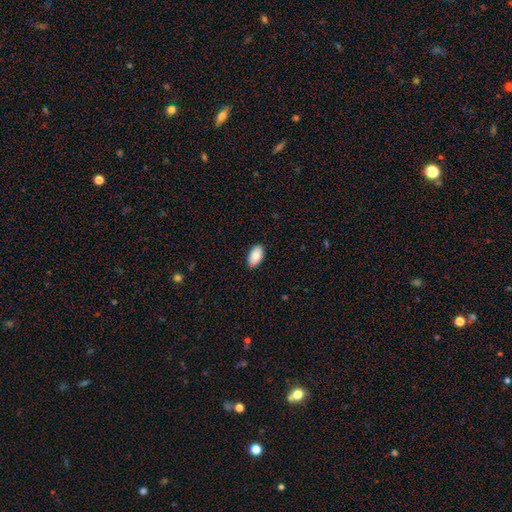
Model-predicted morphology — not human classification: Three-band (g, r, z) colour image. It shows a smooth galaxy with no disk features (84%) that is in between round and cigar-shaped (93%). Merging: none (83%).